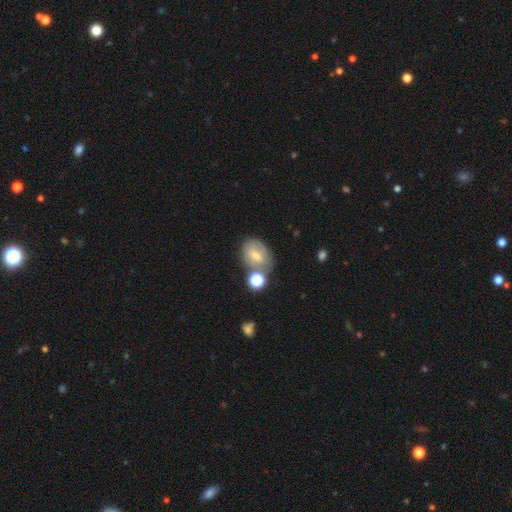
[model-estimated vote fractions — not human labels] smooth 59%, featured or disk 29%, star or artifact 11%. Down the decision tree: how rounded — in between (63%); merging — none (51%).